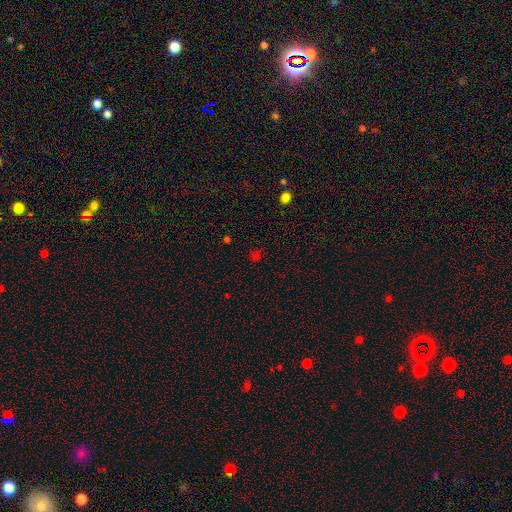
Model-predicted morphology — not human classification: The model was most divided on "smooth or featured": smooth: 54%, star or artifact: 40%, featured or disk: 6%. More confident: merging — none (79%); how rounded — round (77%).